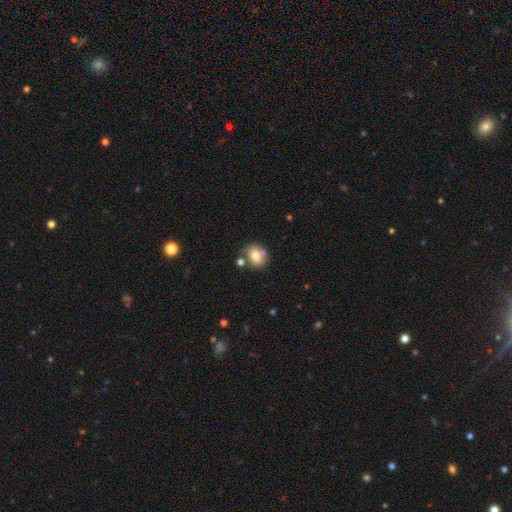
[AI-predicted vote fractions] This appears to be a smooth galaxy with no disk features (75%) that is round (53%). Merging: none (62%).